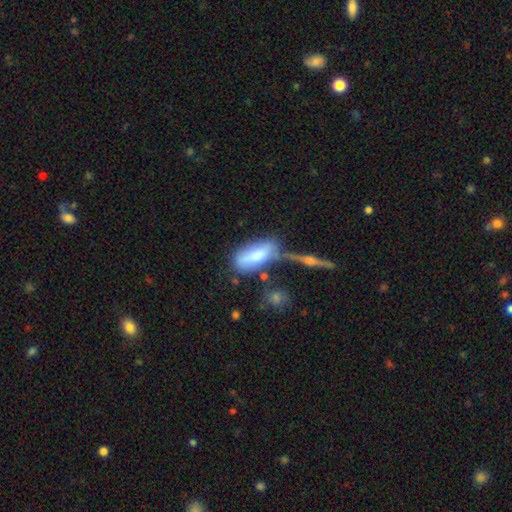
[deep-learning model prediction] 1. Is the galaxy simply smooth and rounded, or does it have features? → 73% smooth, 20% featured or disk, 7% star or artifact.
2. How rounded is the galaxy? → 78% in between, 19% cigar-shaped, 3% round.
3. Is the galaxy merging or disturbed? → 52% none, 21% minor disturbance, 18% merger, 9% major disturbance.